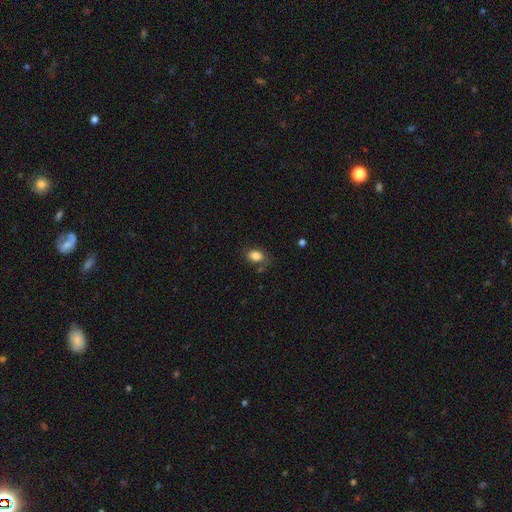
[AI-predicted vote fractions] smooth 83%, star or artifact 9%, featured or disk 7%. Down the decision tree: how rounded — in between (79%); merging — none (68%).